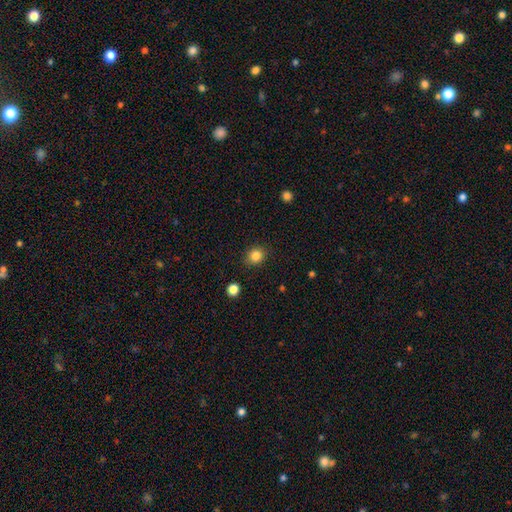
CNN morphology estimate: smooth_or_featured: smooth (p=0.84) [alt: star or artifact p=0.11]
how_rounded: round (p=0.77) [alt: in between p=0.22]
merging: none (p=0.88) [alt: minor disturbance p=0.08]